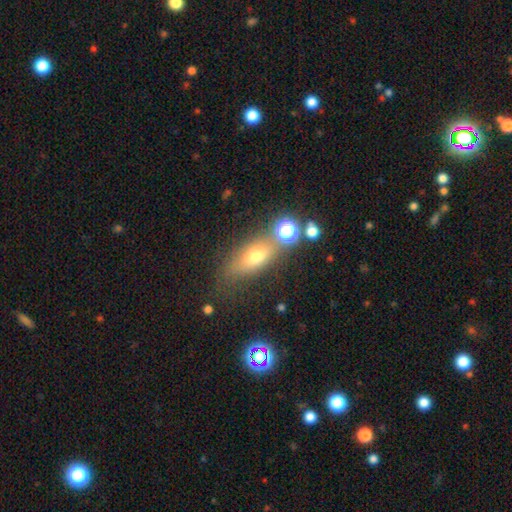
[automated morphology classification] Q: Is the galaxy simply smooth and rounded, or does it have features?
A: smooth — 64%.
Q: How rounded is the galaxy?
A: in between — 69%.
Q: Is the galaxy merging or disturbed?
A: none — 61%.